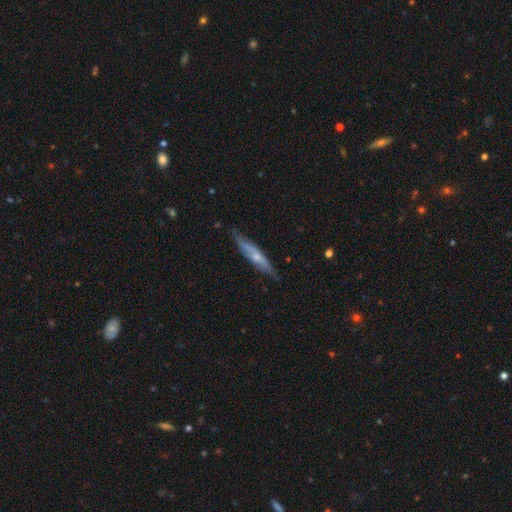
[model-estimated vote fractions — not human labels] smooth_or_featured: featured or disk (p=0.54) [alt: smooth p=0.40]
disk_edge_on: yes (p=0.81) [alt: no p=0.19]
merging: none (p=0.74) [alt: minor disturbance p=0.21]